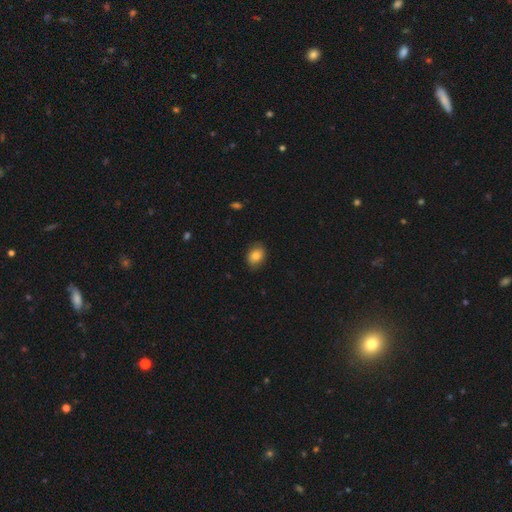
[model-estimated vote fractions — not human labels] A smooth galaxy with no disk features (81%) that is in between round and cigar-shaped (66%).

Vote fractions:
- Smooth or featured? smooth: 81% / featured or disk: 10% / star or artifact: 9%
- How rounded? in between: 66% / round: 33% / cigar-shaped: 1%
- Merging? none: 83% / minor disturbance: 13% / major disturbance: 3% / merger: 1%